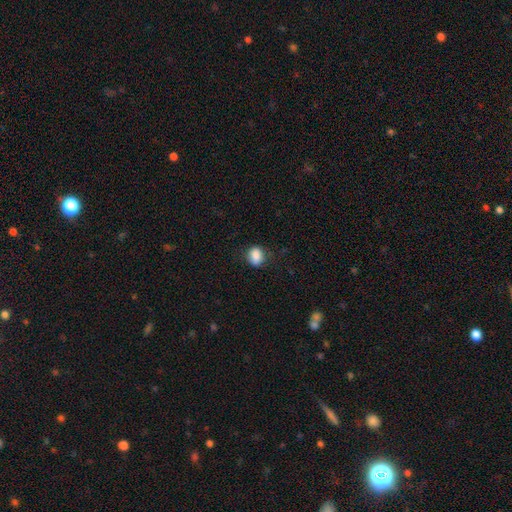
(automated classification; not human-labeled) Smooth or featured: smooth — 86% (star or artifact — 9%)
How rounded: in between — 63% (round — 35%)
Merging: none — 74% (minor disturbance — 19%)